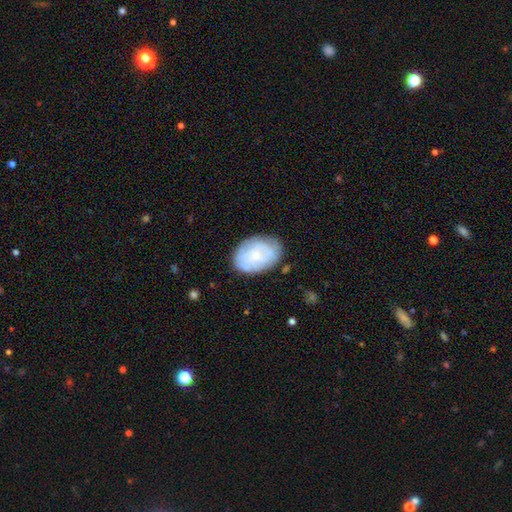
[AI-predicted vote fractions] A smooth galaxy with no disk features (47%).

Vote fractions:
- Smooth or featured? smooth: 47% / featured or disk: 46% / star or artifact: 7%
- Merging? none: 76% / minor disturbance: 18% / major disturbance: 5% / merger: 2%